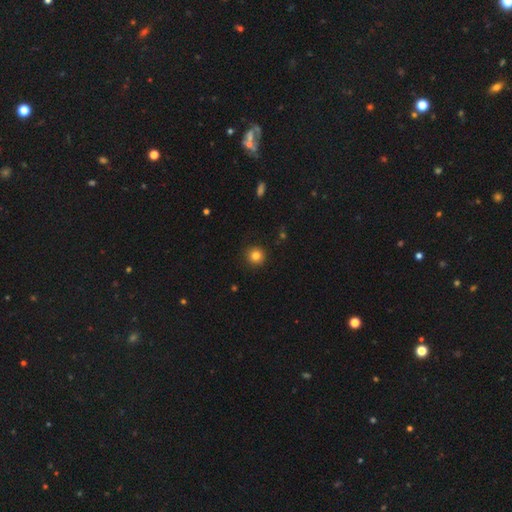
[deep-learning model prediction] A smooth galaxy with no disk features (83%) that is round (95%).

Vote fractions:
- Smooth or featured? smooth: 83% / star or artifact: 11% / featured or disk: 6%
- How rounded? round: 95% / in between: 4% / cigar-shaped: 1%
- Merging? none: 92% / minor disturbance: 5% / major disturbance: 2% / merger: 1%